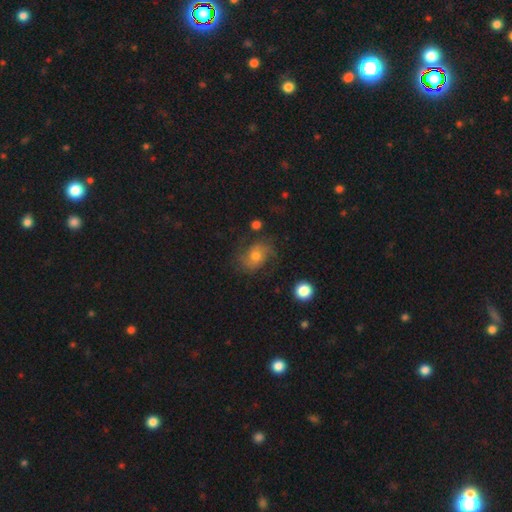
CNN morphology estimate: The model was most divided on "spiral winding": medium: 48%, loose: 31%, tight: 21%. More confident: edge-on disk — no (97%); spiral arms — yes (91%); spiral arm count — 2 (80%); merging — none (69%); bar — no (67%); smooth or featured — featured or disk (67%); bulge size — moderate (64%).